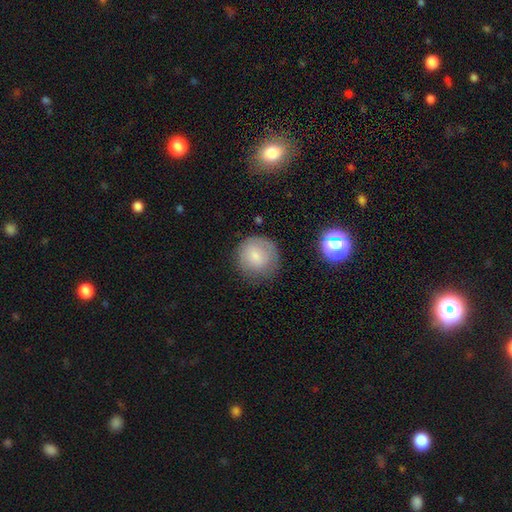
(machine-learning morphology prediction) Q: Smooth or featured?
A: smooth (76%); runner-up: featured or disk (15%)
Q: How rounded?
A: round (91%); runner-up: in between (8%)
Q: Merging?
A: none (75%); runner-up: minor disturbance (17%)